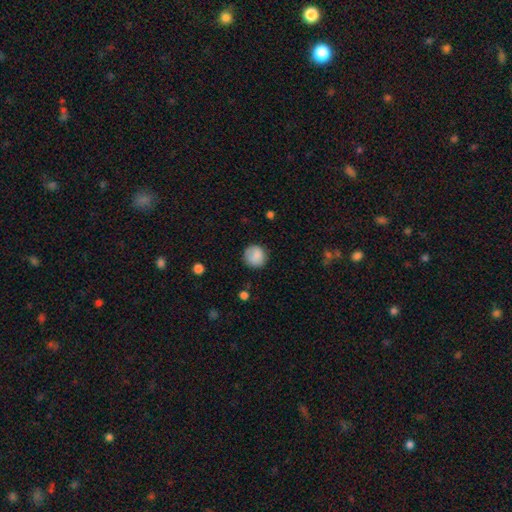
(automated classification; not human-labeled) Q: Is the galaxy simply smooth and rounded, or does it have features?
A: smooth — 84%.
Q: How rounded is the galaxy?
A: round — 92%.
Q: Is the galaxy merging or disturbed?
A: none — 82%.